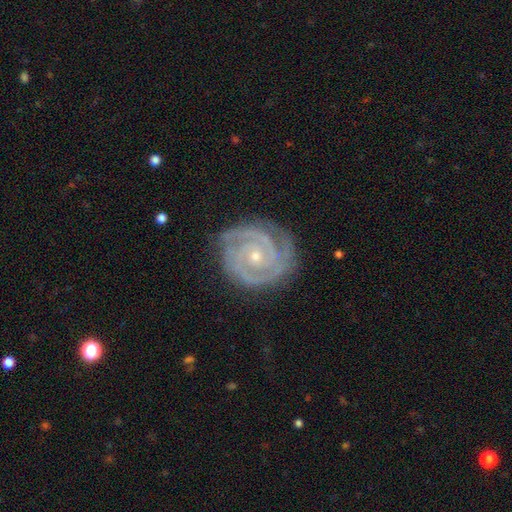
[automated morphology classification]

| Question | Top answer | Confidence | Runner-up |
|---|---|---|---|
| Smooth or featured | featured or disk | 92% | star or artifact (4%) |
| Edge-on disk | no | 98% | yes (2%) |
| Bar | no | 72% | weak (20%) |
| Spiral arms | yes | 99% | no (1%) |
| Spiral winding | tight | 82% | medium (16%) |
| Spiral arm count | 2 | 59% | 3 (25%) |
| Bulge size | small | 69% | moderate (29%) |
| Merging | none | 80% | minor disturbance (15%) |